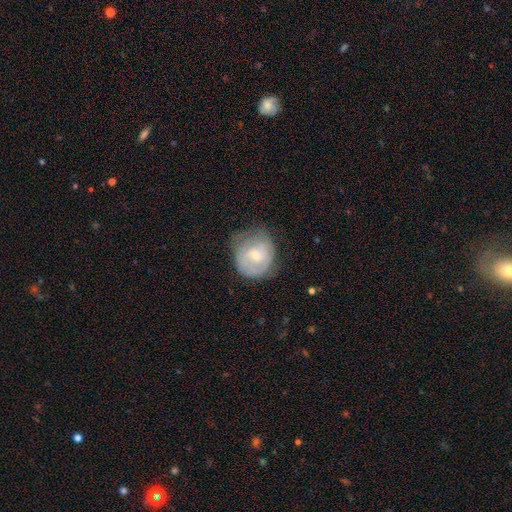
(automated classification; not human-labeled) Smooth or featured: featured or disk — 54% (smooth — 39%)
Edge-on disk: no — 97% (yes — 3%)
Bar: no — 47% (weak — 45%)
Spiral arms: yes — 75% (no — 25%)
Bulge size: small — 60% (moderate — 35%)
Merging: none — 56% (minor disturbance — 29%)